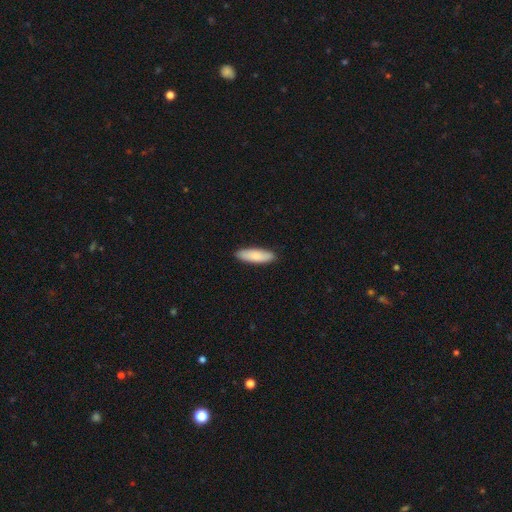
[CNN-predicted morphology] The model was most divided on "how rounded": cigar-shaped: 52%, in between: 47%, round: 2%. More confident: merging — none (89%); smooth or featured — smooth (85%).